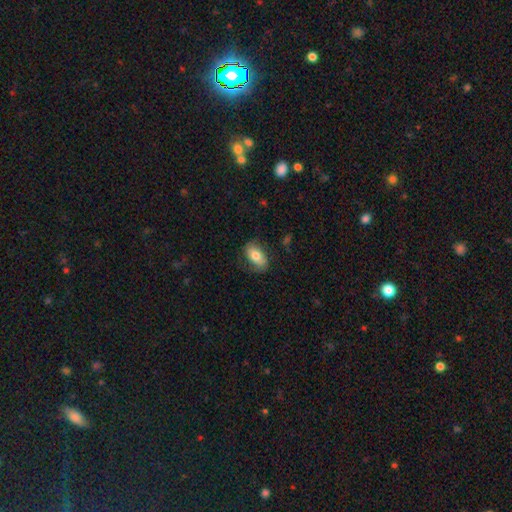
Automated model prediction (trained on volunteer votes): Q: Smooth or featured?
A: smooth (72%); runner-up: featured or disk (21%)
Q: How rounded?
A: in between (90%); runner-up: round (6%)
Q: Merging?
A: none (73%); runner-up: minor disturbance (19%)